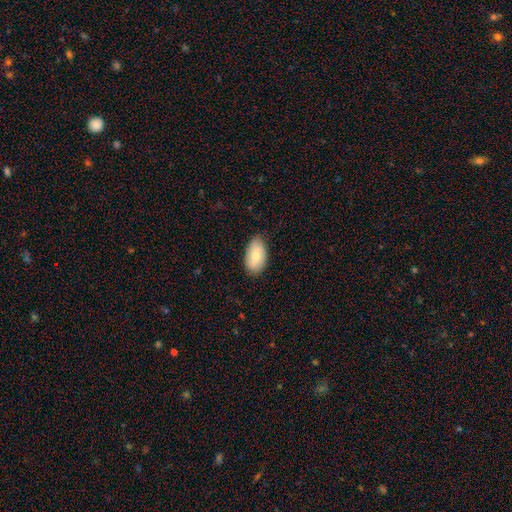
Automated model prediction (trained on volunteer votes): Overall: smooth (74%). How rounded: in between (94%). Merging: none (81%).